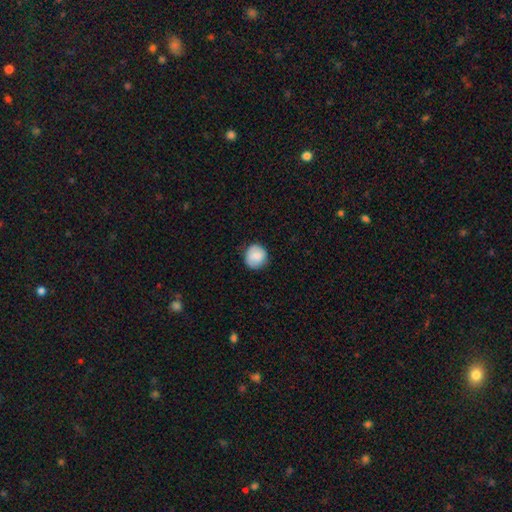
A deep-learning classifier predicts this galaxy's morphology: Smooth or featured: smooth — 83% (featured or disk — 10%)
How rounded: round — 90% (in between — 9%)
Merging: none — 83% (minor disturbance — 13%)